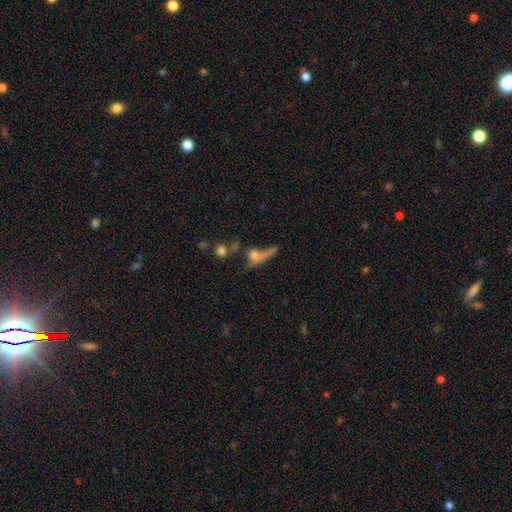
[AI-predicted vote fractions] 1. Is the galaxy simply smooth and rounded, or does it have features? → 58% smooth, 28% featured or disk, 14% star or artifact.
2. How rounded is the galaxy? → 42% in between, 30% cigar-shaped, 28% round.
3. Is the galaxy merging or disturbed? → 32% major disturbance, 27% merger, 27% none, 14% minor disturbance.